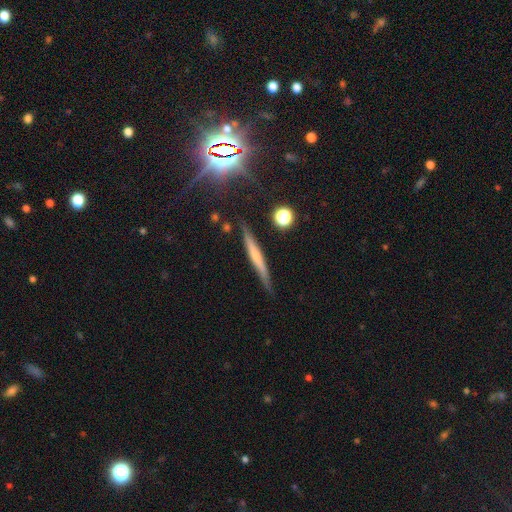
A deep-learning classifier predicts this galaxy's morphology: A featured or disk galaxy (53%) viewed edge-on (95%) with a rounded central bulge (47%). Merging: none (85%).